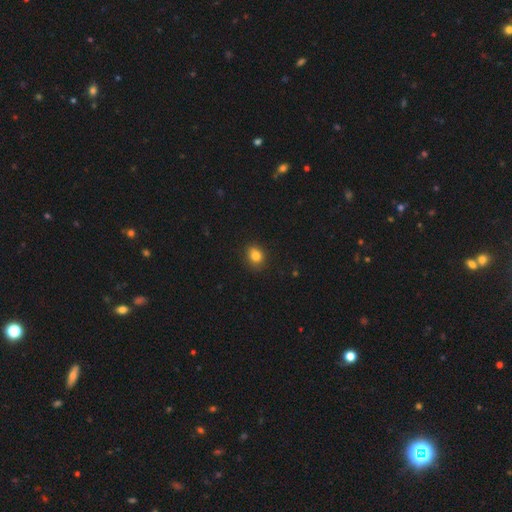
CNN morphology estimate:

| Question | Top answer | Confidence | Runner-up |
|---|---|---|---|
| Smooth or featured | smooth | 83% | star or artifact (11%) |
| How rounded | round | 54% | in between (45%) |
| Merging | none | 84% | minor disturbance (12%) |